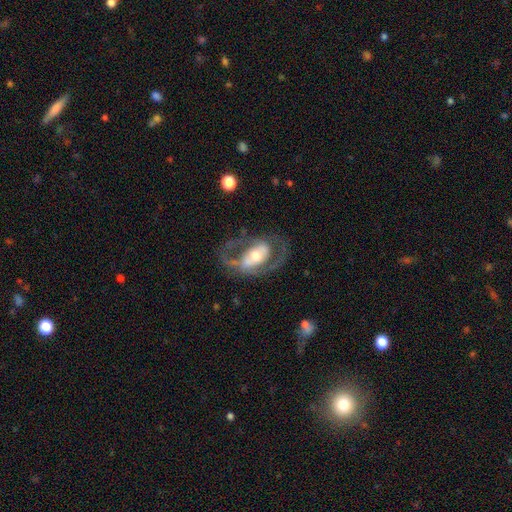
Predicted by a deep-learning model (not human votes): A featured or disk galaxy (77%) with no bar (44%), spiral arms (65%) and a moderate central bulge (66%).

Vote fractions:
- Smooth or featured? featured or disk: 77% / smooth: 18% / star or artifact: 5%
- Edge-on disk? no: 94% / yes: 6%
- Bar? no: 44% / weak: 30% / strong: 26%
- Spiral arms? yes: 65% / no: 35%
- Bulge size? moderate: 66% / large: 16% / small: 15% / dominant: 2% / none: 1%
- Merging? none: 58% / major disturbance: 22% / minor disturbance: 17% / merger: 2%